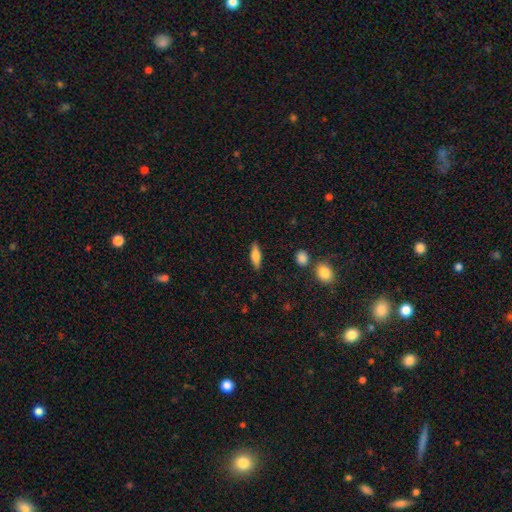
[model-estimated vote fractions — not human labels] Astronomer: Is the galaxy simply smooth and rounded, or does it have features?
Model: smooth — 68%.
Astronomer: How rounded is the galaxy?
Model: in between — 54% (runner-up: cigar-shaped, 43%).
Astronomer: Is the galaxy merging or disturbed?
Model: none — 86%.